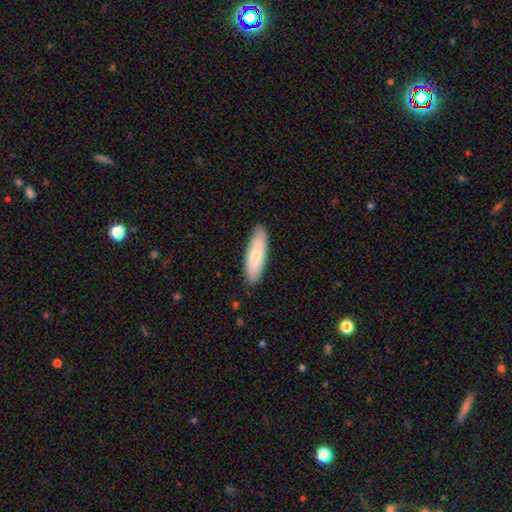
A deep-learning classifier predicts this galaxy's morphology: Q: Smooth or featured?
A: smooth (74%); runner-up: featured or disk (21%)
Q: How rounded?
A: cigar-shaped (50%); runner-up: in between (48%)
Q: Merging?
A: none (88%); runner-up: minor disturbance (9%)